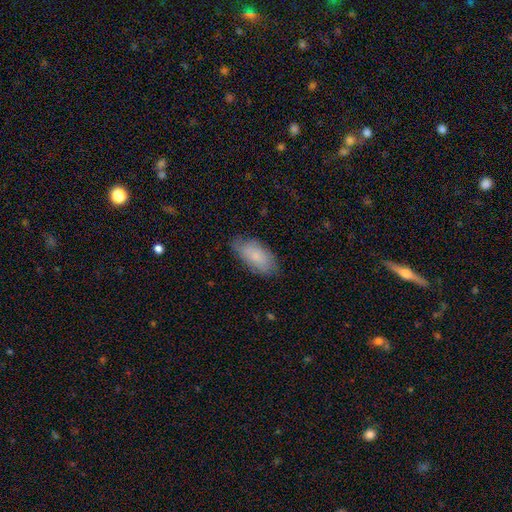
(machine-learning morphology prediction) Q: Smooth or featured?
A: smooth (79%); runner-up: featured or disk (15%)
Q: How rounded?
A: in between (91%); runner-up: cigar-shaped (7%)
Q: Merging?
A: none (75%); runner-up: minor disturbance (20%)